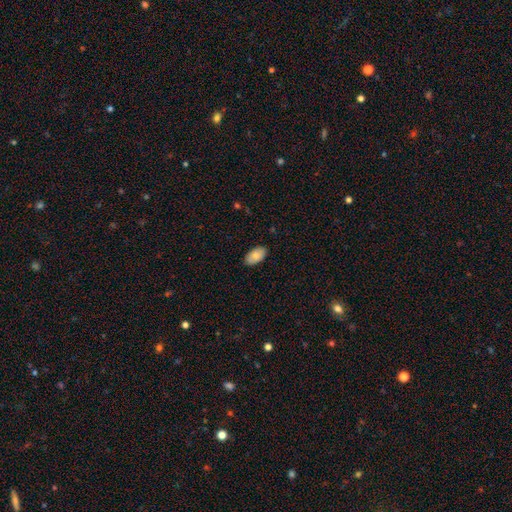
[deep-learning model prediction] Smooth or featured? smooth (82%)
How rounded? in between (95%)
Merging? none (88%)